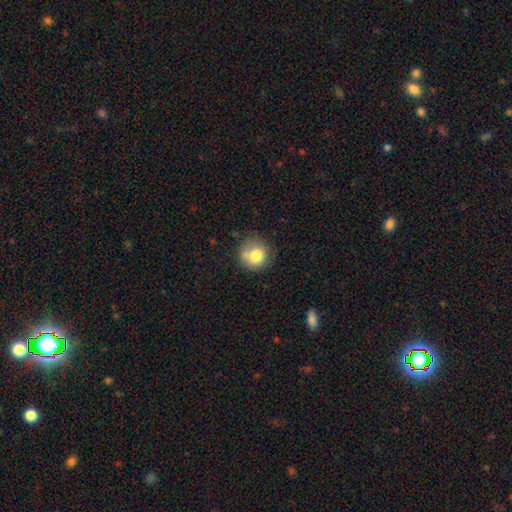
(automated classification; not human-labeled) smooth-or-featured: smooth: 77% | featured or disk: 13% | star or artifact: 10%
  how-rounded: round: 89% | in between: 11% | cigar-shaped: 1%
  merging: none: 63% | minor disturbance: 22% | merger: 8% | major disturbance: 7%